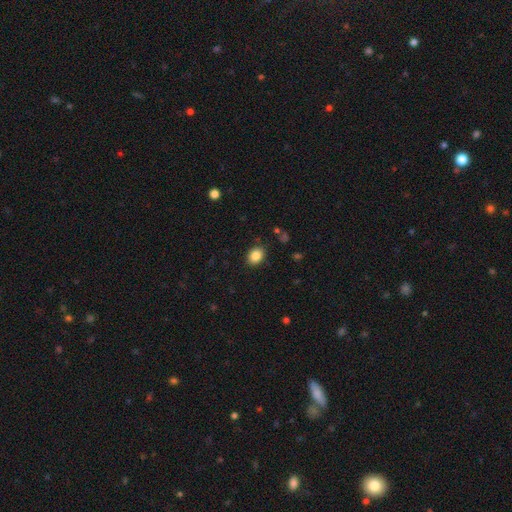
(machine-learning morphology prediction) This is clearly a smooth galaxy (86%). How rounded: possibly in between (56%). Merging: clearly none (87%).